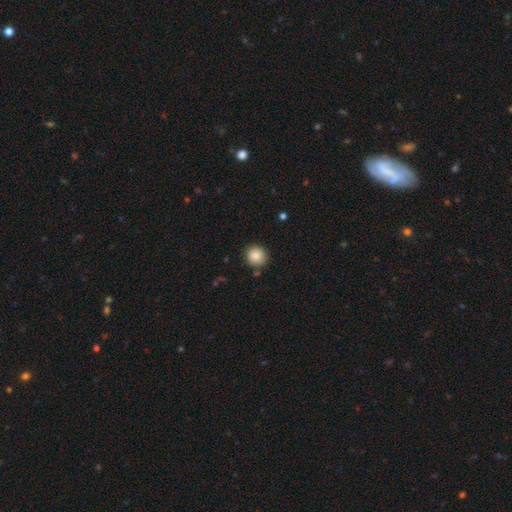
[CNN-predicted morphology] smooth 86%, star or artifact 9%, featured or disk 5%. Down the decision tree: how rounded — round (90%); merging — none (87%).